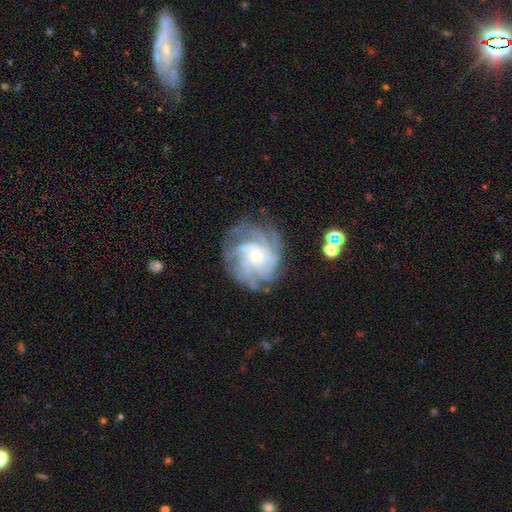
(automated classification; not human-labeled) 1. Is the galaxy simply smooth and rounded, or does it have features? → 86% featured or disk, 7% star or artifact, 7% smooth.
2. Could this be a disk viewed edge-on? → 98% no, 2% yes.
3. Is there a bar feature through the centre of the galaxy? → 70% no, 24% weak, 6% strong.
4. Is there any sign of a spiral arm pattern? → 98% yes, 2% no.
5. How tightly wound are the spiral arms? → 66% tight, 28% medium, 6% loose.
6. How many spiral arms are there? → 32% 4, 23% more than 4, 19% can't tell, 12% 3, 7% 2, 7% 1.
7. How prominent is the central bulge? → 60% small, 32% moderate, 4% large, 3% none, 1% dominant.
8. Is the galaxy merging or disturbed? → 79% none, 14% minor disturbance, 6% major disturbance, 1% merger.